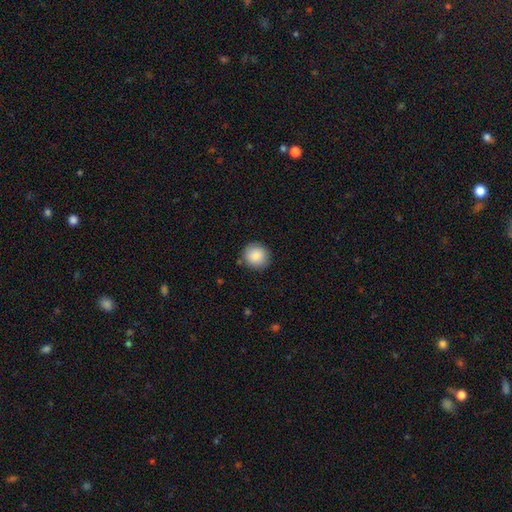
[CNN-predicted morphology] Smooth or featured? Predicted: smooth (p=0.87). How rounded? Predicted: round (p=0.91). Merging? Predicted: none (p=0.87).